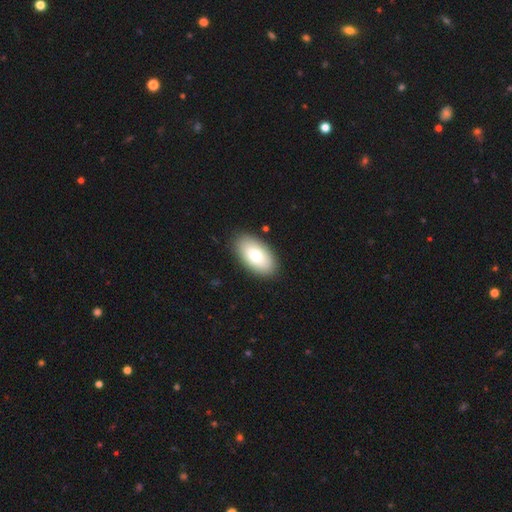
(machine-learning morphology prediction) The model was most divided on "smooth or featured": smooth: 79%, featured or disk: 15%, star or artifact: 6%. More confident: how rounded — in between (95%); merging — none (89%).